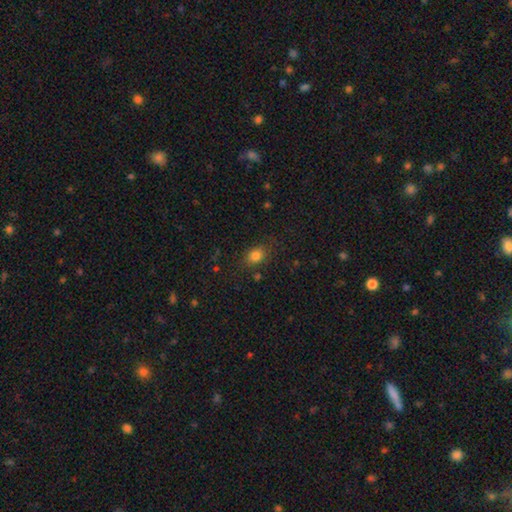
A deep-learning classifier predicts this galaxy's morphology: A smooth galaxy with no disk features (81%) that is in between round and cigar-shaped (56%).

Vote fractions:
- Smooth or featured? smooth: 81% / star or artifact: 12% / featured or disk: 7%
- How rounded? in between: 56% / round: 42% / cigar-shaped: 2%
- Merging? none: 78% / minor disturbance: 15% / major disturbance: 5% / merger: 2%